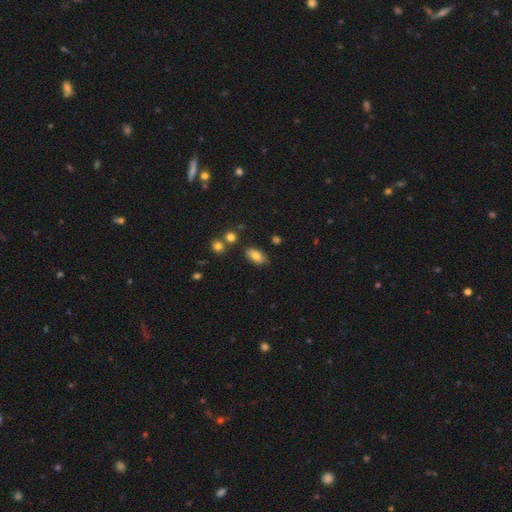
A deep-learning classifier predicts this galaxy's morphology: Smooth or featured? smooth (79%)
How rounded? in between (89%)
Merging? none (80%)